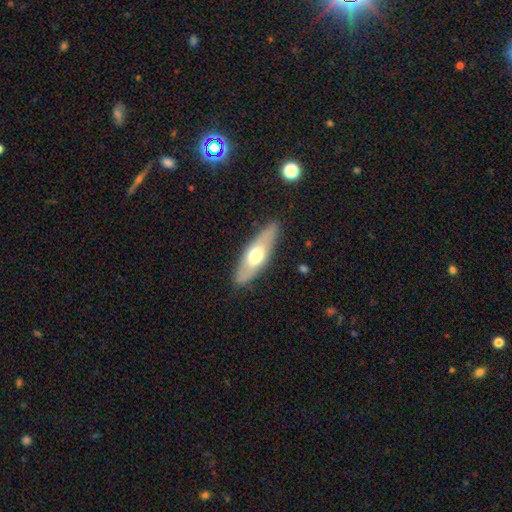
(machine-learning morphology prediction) A smooth galaxy with no disk features (54%) that is in between round and cigar-shaped (53%). Merging: none (86%).